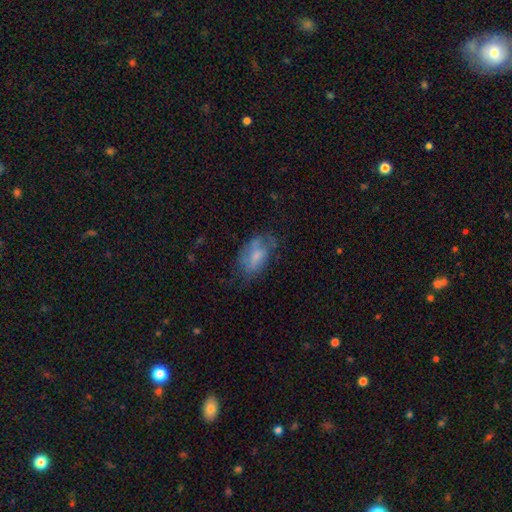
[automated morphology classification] Smooth or featured? Predicted: smooth (p=0.52). How rounded? Predicted: in between (p=0.90). Merging? Predicted: none (p=0.48).